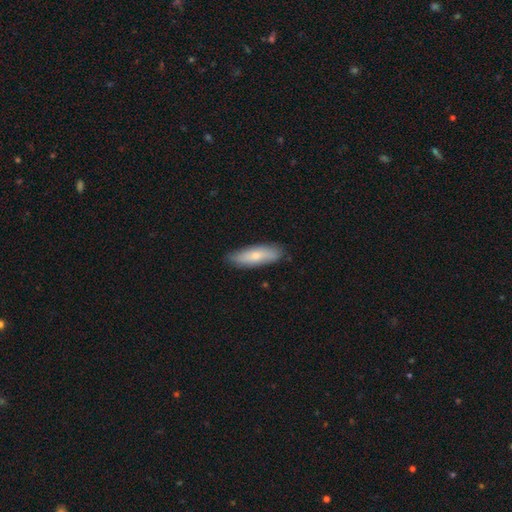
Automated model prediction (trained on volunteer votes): This appears to be a smooth galaxy with no disk features (69%) that is cigar-shaped (51%). Merging: none (84%).